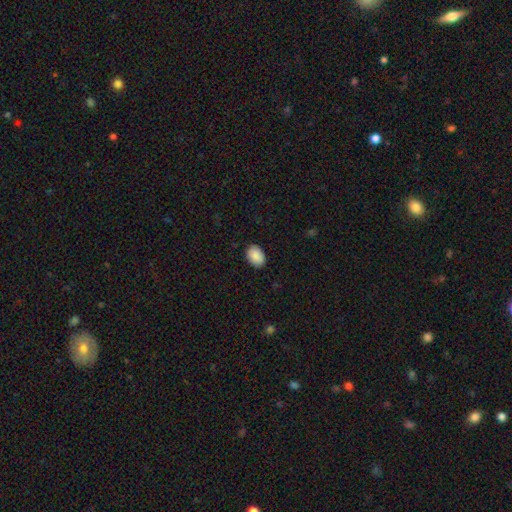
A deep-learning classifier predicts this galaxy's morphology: Smooth or featured: smooth — 90% (star or artifact — 7%)
How rounded: in between — 76% (round — 23%)
Merging: none — 89% (minor disturbance — 9%)